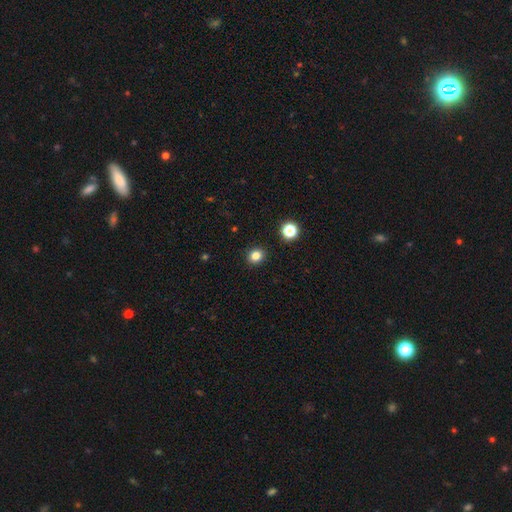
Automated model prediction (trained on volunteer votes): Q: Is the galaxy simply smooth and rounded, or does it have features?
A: smooth — 83%.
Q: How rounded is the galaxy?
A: round — 80%.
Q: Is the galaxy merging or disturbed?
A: none — 91%.